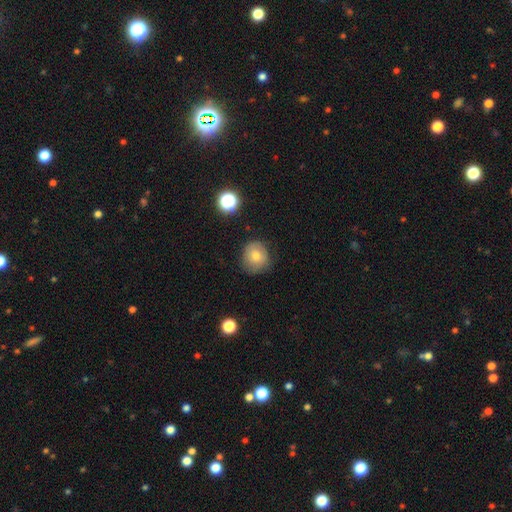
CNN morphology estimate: This appears to be a smooth galaxy with no disk features (72%) that is round (78%). Merging: none (75%).